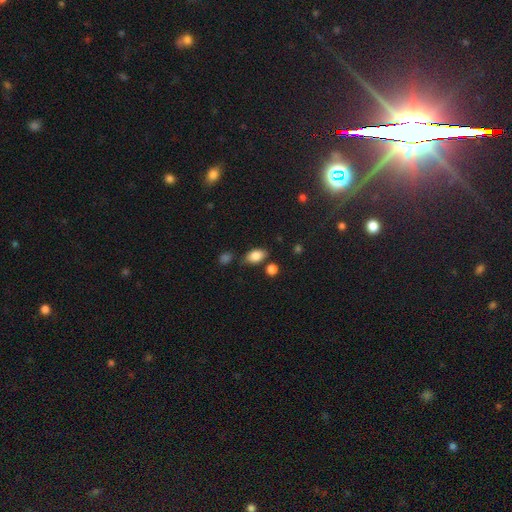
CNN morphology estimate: smooth-or-featured: smooth: 83% | star or artifact: 9% | featured or disk: 8%
  how-rounded: in between: 88% | round: 10% | cigar-shaped: 2%
  merging: none: 74% | minor disturbance: 15% | merger: 7% | major disturbance: 4%